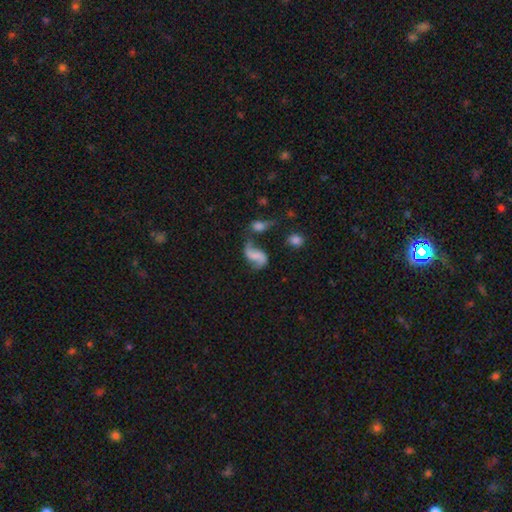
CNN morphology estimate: smooth-or-featured: featured or disk: 71% | smooth: 20% | star or artifact: 9%
  disk-edge-on: no: 97% | yes: 3%
    bar: no: 49% | weak: 35% | strong: 16%
    has-spiral-arms: yes: 91% | no: 9%
      spiral-winding: loose: 74% | medium: 20% | tight: 5%
      spiral-arm-count: 2: 90% | 1: 4% | can't tell: 3% | 3: 1% | 4: 1% | more than 4: 1%
    bulge-size: none: 60% | small: 20% | moderate: 13% | large: 5% | dominant: 2%
  merging: none: 46% | merger: 22% | minor disturbance: 19% | major disturbance: 13%